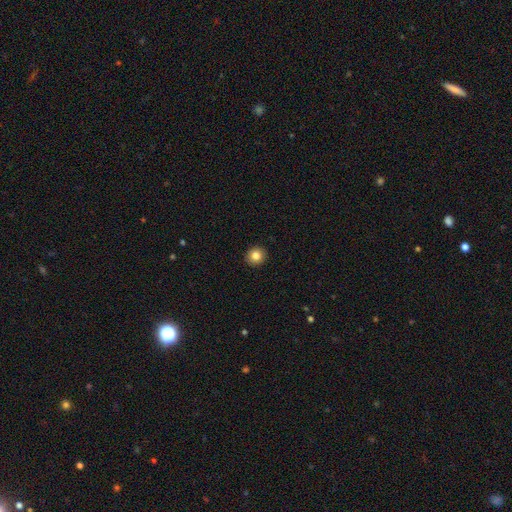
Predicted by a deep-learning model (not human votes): Q: Smooth or featured?
A: smooth (83%); runner-up: star or artifact (10%)
Q: How rounded?
A: round (90%); runner-up: in between (9%)
Q: Merging?
A: none (93%); runner-up: minor disturbance (5%)